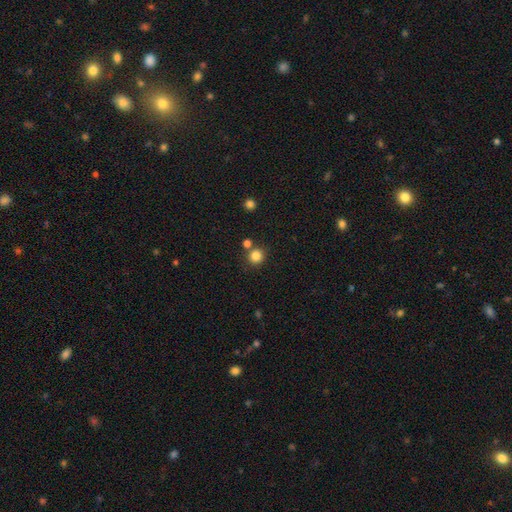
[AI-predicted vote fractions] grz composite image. It shows a smooth galaxy with no disk features (84%) that is round (92%). Merging: none (77%).